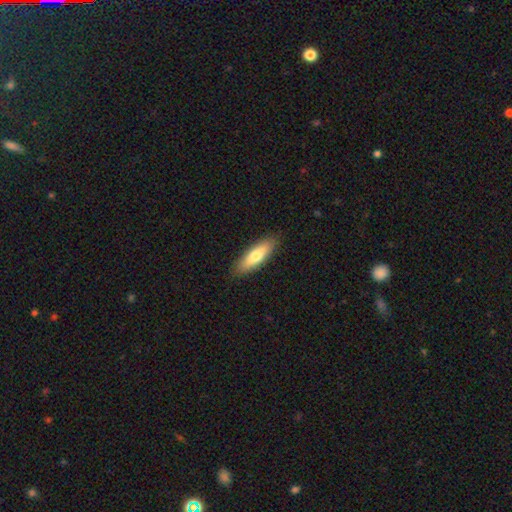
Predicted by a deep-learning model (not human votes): The model was most divided on "how rounded": cigar-shaped: 55%, in between: 43%, round: 2%. More confident: merging — none (88%); smooth or featured — smooth (72%).